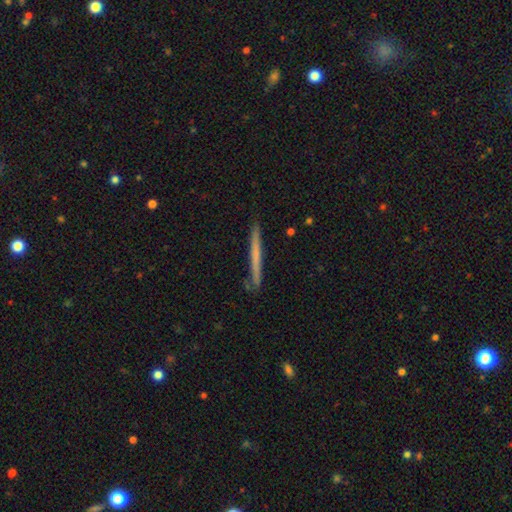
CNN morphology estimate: Overall: smooth (54%; featured or disk 41%). How rounded: cigar-shaped (97%). Merging: none (89%).